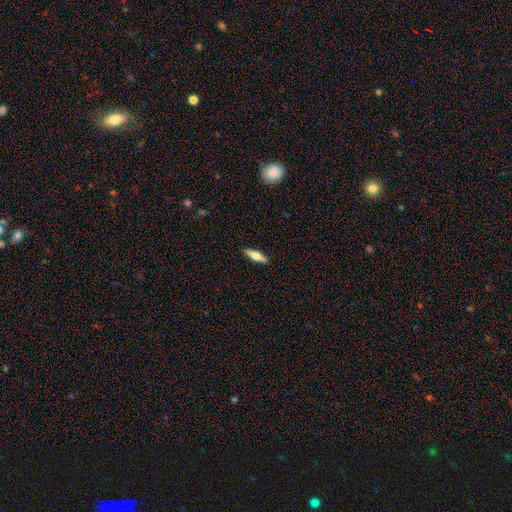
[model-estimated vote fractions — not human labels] This appears to be a smooth galaxy with no disk features (49%). Merging: none (91%).